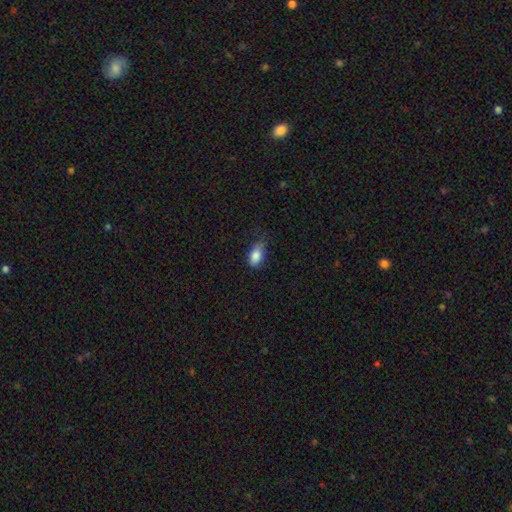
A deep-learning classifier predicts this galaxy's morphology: smooth 86%, star or artifact 8%, featured or disk 6%. Down the decision tree: how rounded — in between (89%); merging — none (62%).